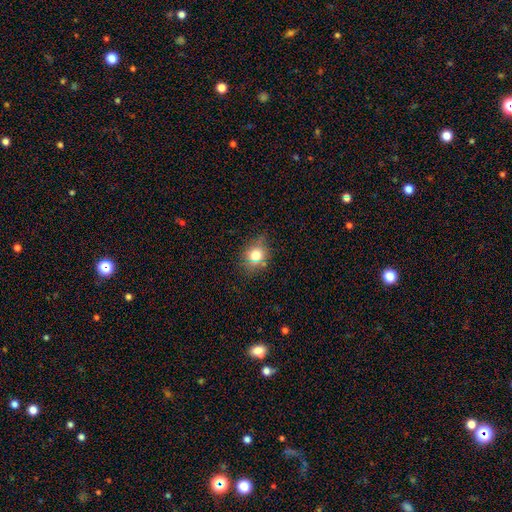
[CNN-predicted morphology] type=smooth (73%); roundness=round (59%); merging=none (72%).